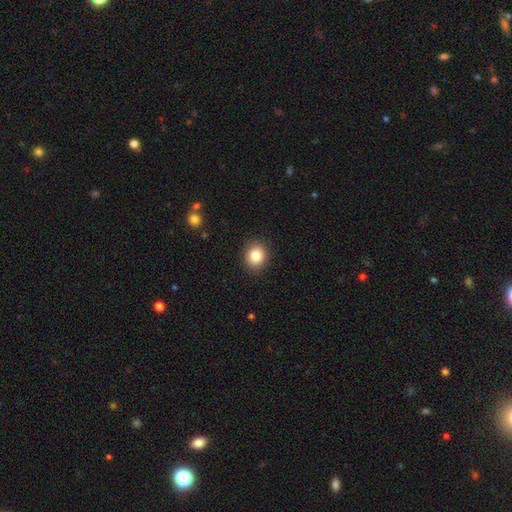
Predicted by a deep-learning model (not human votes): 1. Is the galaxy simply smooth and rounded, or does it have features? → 84% smooth, 10% star or artifact, 7% featured or disk.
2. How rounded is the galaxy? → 73% round, 26% in between, 1% cigar-shaped.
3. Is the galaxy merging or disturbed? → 90% none, 7% minor disturbance, 2% major disturbance, 1% merger.